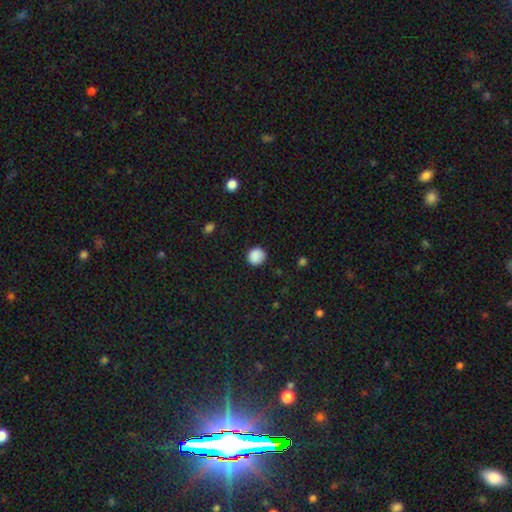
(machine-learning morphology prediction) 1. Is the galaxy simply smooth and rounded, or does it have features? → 88% smooth, 9% star or artifact, 3% featured or disk.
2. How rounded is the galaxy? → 93% round, 6% in between, 1% cigar-shaped.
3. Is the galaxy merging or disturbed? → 89% none, 8% minor disturbance, 2% major disturbance, 1% merger.